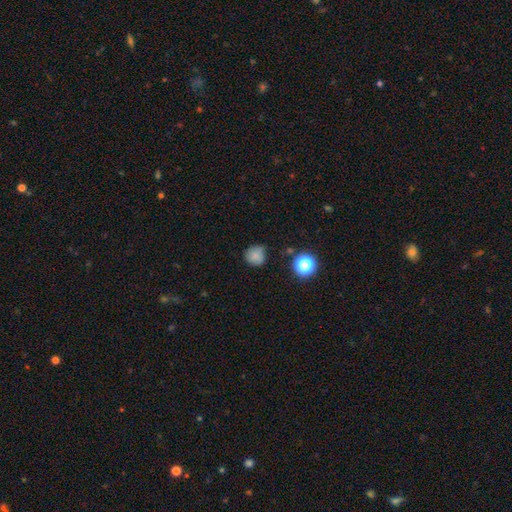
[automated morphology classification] Overall: smooth (79%). How rounded: round (89%). Merging: none (68%).